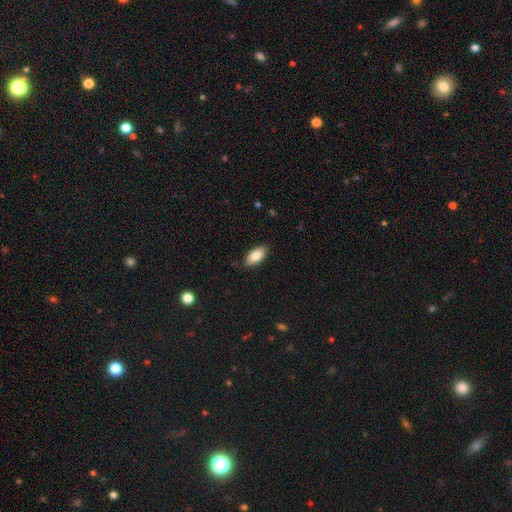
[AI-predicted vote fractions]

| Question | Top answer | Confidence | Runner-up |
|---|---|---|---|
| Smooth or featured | smooth | 85% | featured or disk (9%) |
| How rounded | in between | 90% | cigar-shaped (8%) |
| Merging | none | 85% | minor disturbance (12%) |